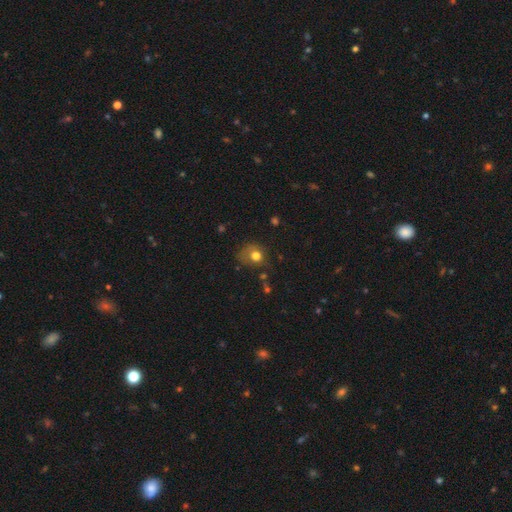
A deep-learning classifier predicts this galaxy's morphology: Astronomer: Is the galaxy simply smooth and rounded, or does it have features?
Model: smooth — 73%.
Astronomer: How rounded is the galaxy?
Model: round — 70%.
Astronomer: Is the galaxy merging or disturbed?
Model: none — 46% (runner-up: minor disturbance, 28%).